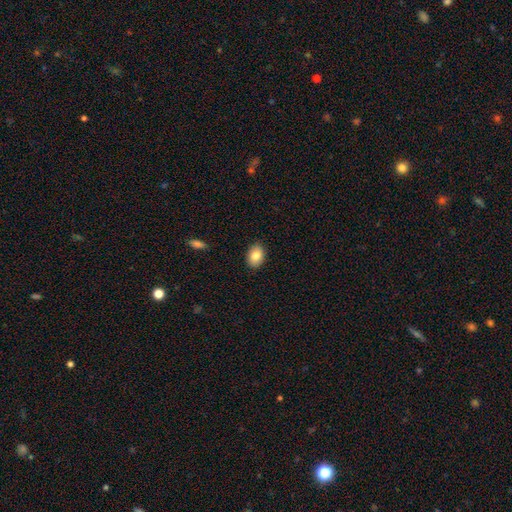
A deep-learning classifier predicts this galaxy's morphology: A smooth galaxy with no disk features (85%) that is in between round and cigar-shaped (82%).

Vote fractions:
- Smooth or featured? smooth: 85% / featured or disk: 8% / star or artifact: 7%
- How rounded? in between: 82% / round: 17% / cigar-shaped: 1%
- Merging? none: 89% / minor disturbance: 8% / major disturbance: 2% / merger: 1%